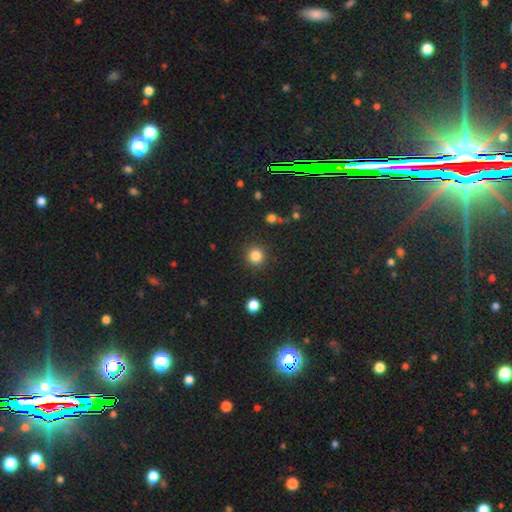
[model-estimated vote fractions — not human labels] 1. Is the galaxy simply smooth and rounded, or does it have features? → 84% smooth, 12% star or artifact, 4% featured or disk.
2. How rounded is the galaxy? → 92% round, 7% in between, 1% cigar-shaped.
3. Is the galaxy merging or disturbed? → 88% none, 7% minor disturbance, 3% major disturbance, 2% merger.